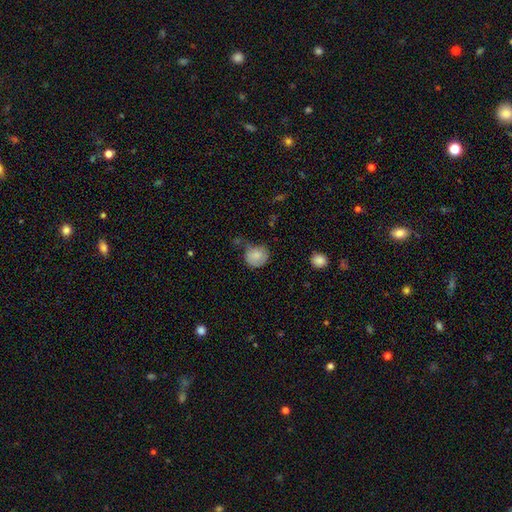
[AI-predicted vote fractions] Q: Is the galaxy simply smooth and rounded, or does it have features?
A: smooth — 82%.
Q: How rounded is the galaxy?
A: round — 80%.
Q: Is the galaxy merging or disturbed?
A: none — 54%.